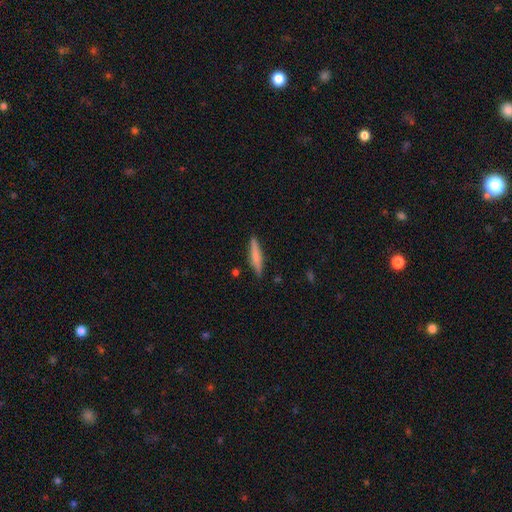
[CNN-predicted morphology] The model was most divided on "smooth or featured": smooth: 65%, featured or disk: 29%, star or artifact: 6%. More confident: how rounded — cigar-shaped (91%); merging — none (86%).